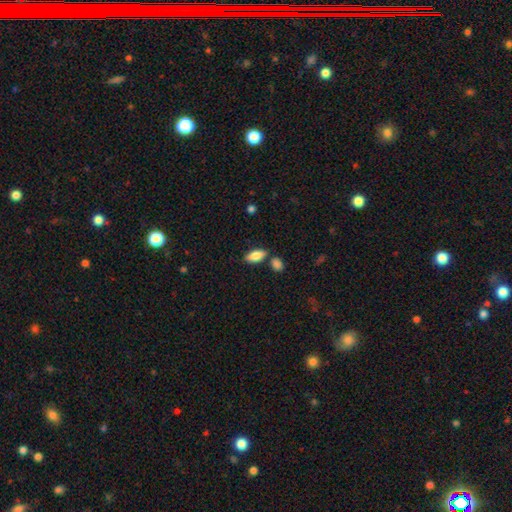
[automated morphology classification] This appears to be a smooth galaxy with no disk features (84%) that is in between round and cigar-shaped (88%). Merging: none (73%).